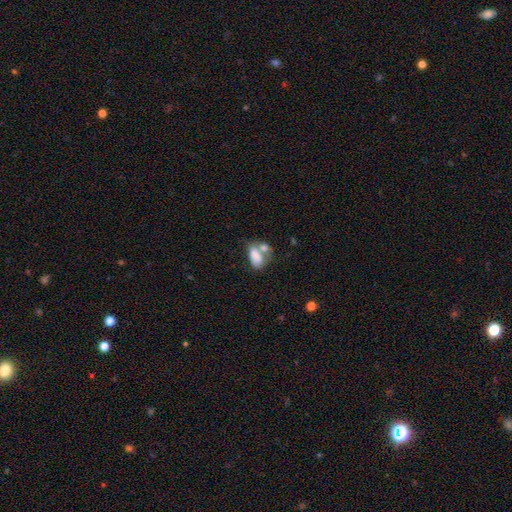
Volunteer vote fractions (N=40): Overall: smooth (72%). How rounded: in between (97%). Merging: merger (66%).